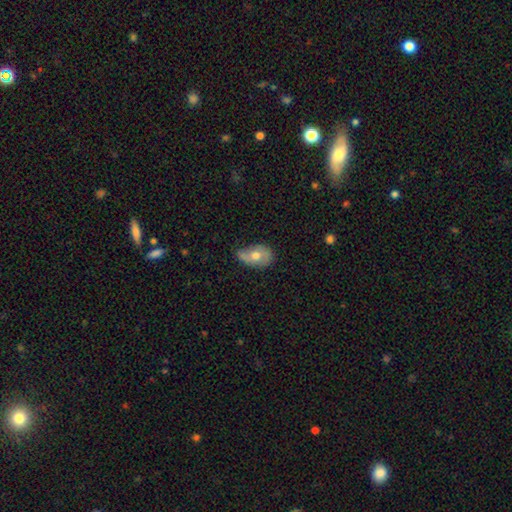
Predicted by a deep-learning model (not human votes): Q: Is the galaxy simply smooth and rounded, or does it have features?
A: smooth — 54%.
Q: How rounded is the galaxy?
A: in between — 85%.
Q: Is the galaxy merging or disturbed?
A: none — 47%.